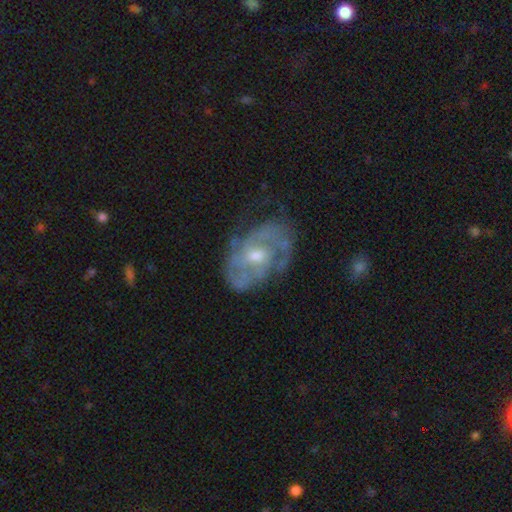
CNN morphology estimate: The model was most divided on "spiral winding": tight: 43%, medium: 42%, loose: 15%. Remaining: edge-on disk — no (96%); spiral arms — yes (85%); smooth or featured — featured or disk (81%); merging — none (65%); bulge size — moderate (59%); bar — no (57%); spiral arm count — 2 (38%).